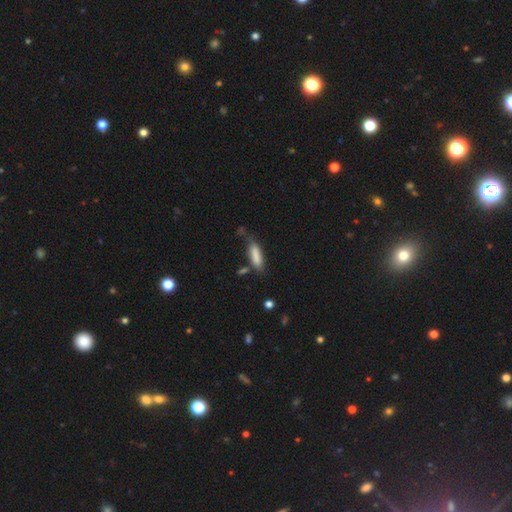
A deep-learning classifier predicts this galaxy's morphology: This appears to be a smooth galaxy with no disk features (83%) that is cigar-shaped (53%). Merging: none (60%).